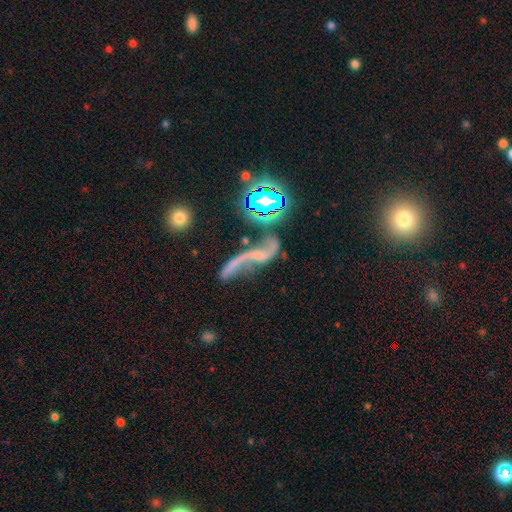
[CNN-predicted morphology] Overall: featured or disk (71%). Edge-on disk: no (91%). Bar: no (61%; weak 24%). Spiral arms: yes (81%). Spiral arm count: 2 (82%). Spiral winding: loose (93%). Bulge size: none (42%; small 39%). Merging: none (31%; merger 28%).